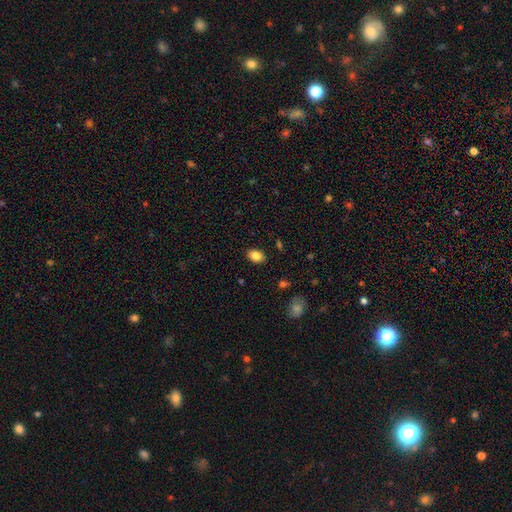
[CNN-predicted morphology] This is clearly a smooth galaxy (86%). How rounded: clearly in between (81%). Merging: clearly none (88%).